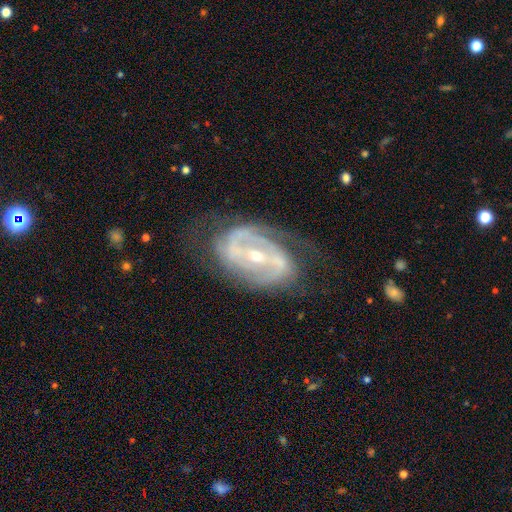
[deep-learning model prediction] Smooth or featured? featured or disk (88%)
Edge-on disk? no (95%)
Bar? strong (51%)
Spiral arms? yes (89%)
Spiral winding? tight (45%)
Spiral arm count? 2 (66%)
Bulge size? small (57%)
Merging? none (63%)